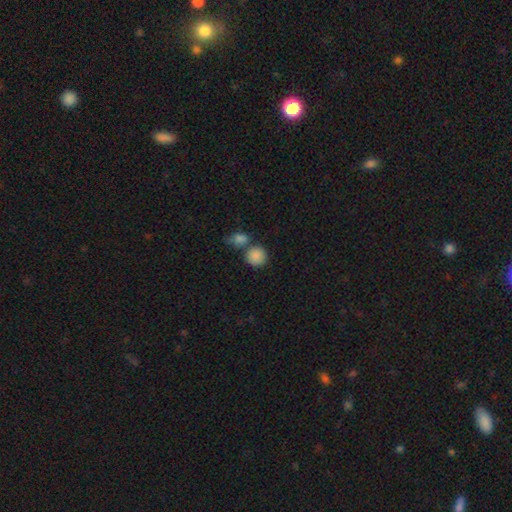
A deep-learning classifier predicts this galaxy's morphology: Smooth or featured? smooth (87%)
How rounded? round (87%)
Merging? none (56%)